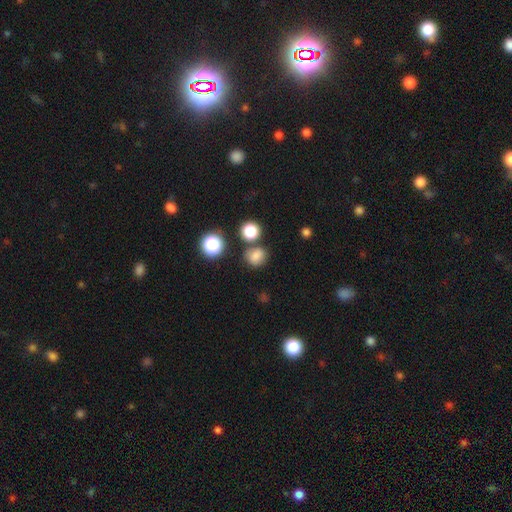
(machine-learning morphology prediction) Q: Smooth or featured?
A: smooth (78%); runner-up: star or artifact (15%)
Q: How rounded?
A: round (73%); runner-up: in between (26%)
Q: Merging?
A: none (69%); runner-up: minor disturbance (14%)